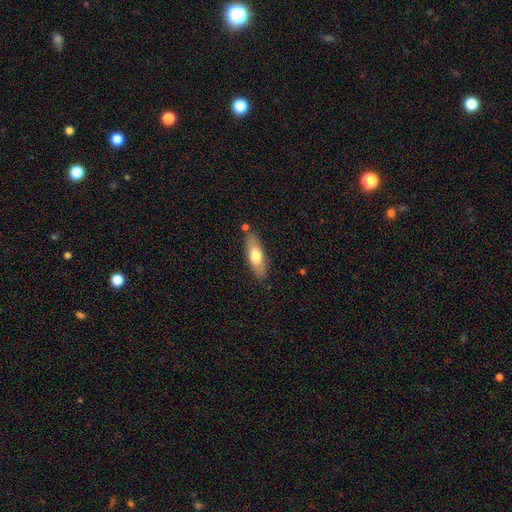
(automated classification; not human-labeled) The model was most divided on "how rounded": in between: 60%, cigar-shaped: 37%, round: 2%. More confident: merging — none (78%); smooth or featured — smooth (66%).